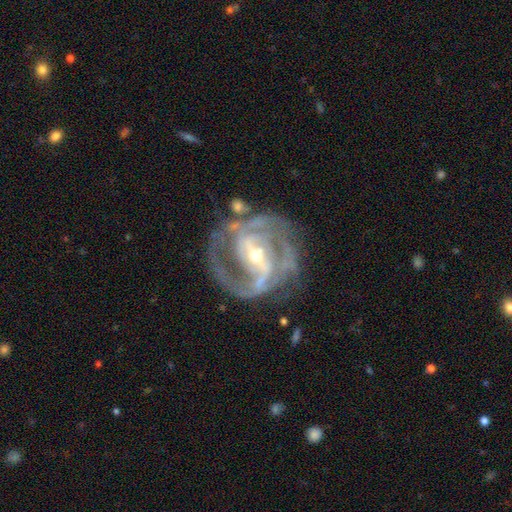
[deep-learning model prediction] Smooth or featured: featured or disk — 89% (smooth — 6%)
Edge-on disk: no — 97% (yes — 3%)
Bar: strong — 49% (weak — 35%)
Spiral arms: yes — 93% (no — 7%)
Spiral winding: medium — 45% (tight — 42%)
Spiral arm count: 2 — 51% (can't tell — 18%)
Bulge size: small — 60% (moderate — 36%)
Merging: none — 60% (minor disturbance — 19%)